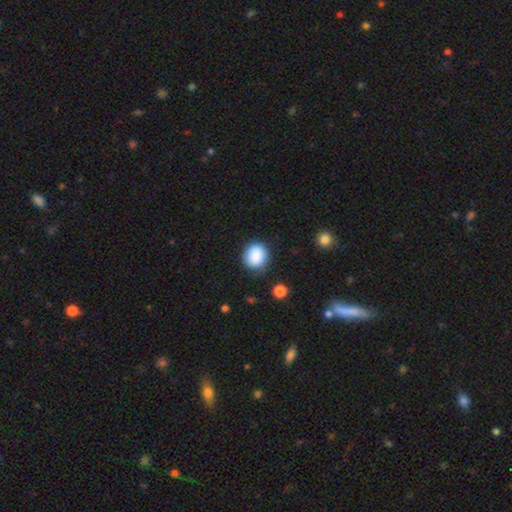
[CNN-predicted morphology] Q: Smooth or featured?
A: smooth (88%); runner-up: star or artifact (8%)
Q: How rounded?
A: round (77%); runner-up: in between (22%)
Q: Merging?
A: none (81%); runner-up: minor disturbance (13%)